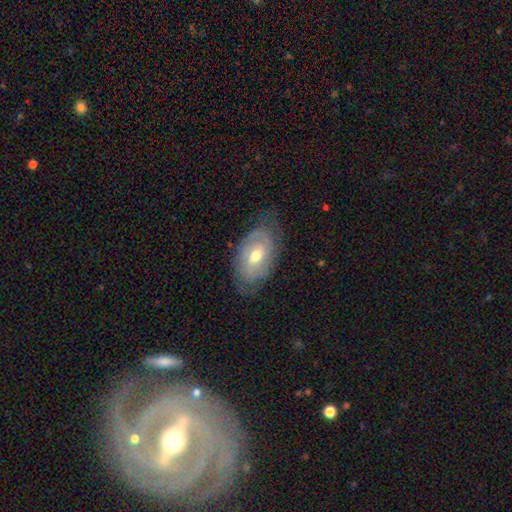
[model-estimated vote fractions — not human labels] featured or disk 66%, smooth 27%, star or artifact 7%. Down the decision tree: edge-on disk — no (92%); bar — no (52%); spiral arms — yes (71%); bulge size — moderate (71%); merging — none (71%).